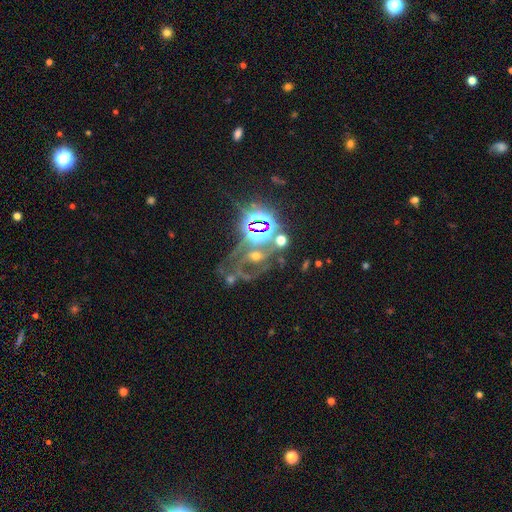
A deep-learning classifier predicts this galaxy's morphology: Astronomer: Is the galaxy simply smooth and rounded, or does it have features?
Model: featured or disk — 43% (runner-up: star or artifact, 42%).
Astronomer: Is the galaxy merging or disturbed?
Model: none — 42% (runner-up: major disturbance, 24%).